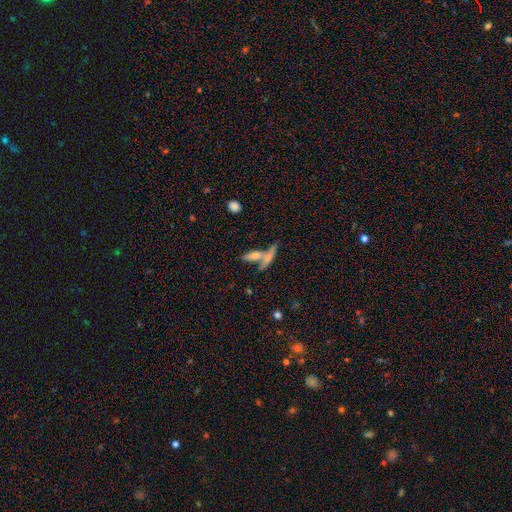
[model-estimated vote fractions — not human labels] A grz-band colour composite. It shows a smooth galaxy with no disk features (49%). Merging: merger (45%).